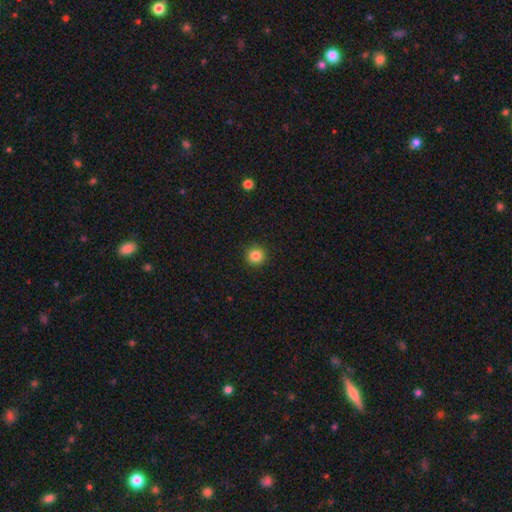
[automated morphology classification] The model was most divided on "smooth or featured": smooth: 85%, star or artifact: 11%, featured or disk: 4%. More confident: how rounded — round (95%); merging — none (93%).